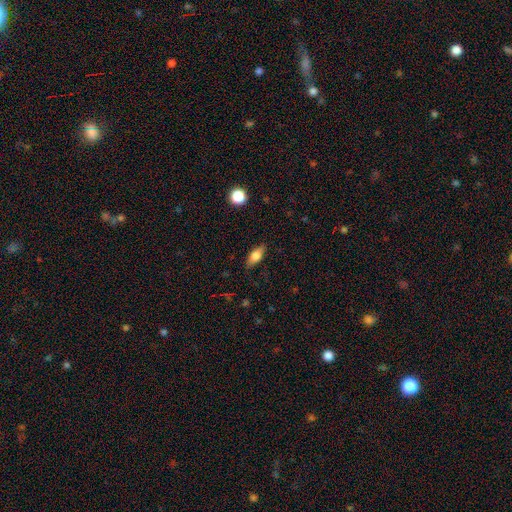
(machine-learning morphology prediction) Q: Smooth or featured?
A: smooth (69%); runner-up: featured or disk (23%)
Q: How rounded?
A: in between (79%); runner-up: cigar-shaped (16%)
Q: Merging?
A: none (83%); runner-up: minor disturbance (13%)